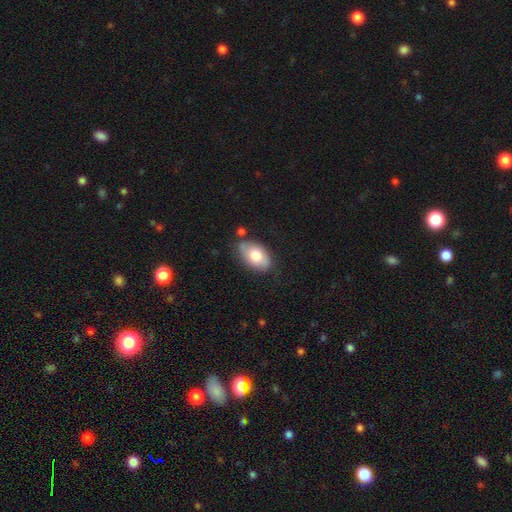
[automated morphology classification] Smooth or featured? Predicted: smooth (p=0.73). How rounded? Predicted: in between (p=0.91). Merging? Predicted: none (p=0.72).